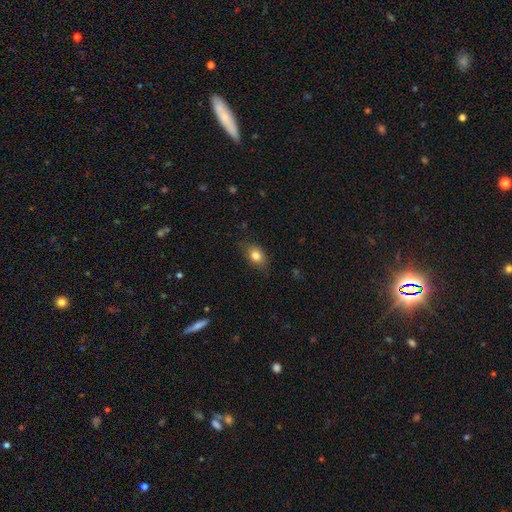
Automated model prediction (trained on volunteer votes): Smooth or featured: smooth — 79% (featured or disk — 11%)
How rounded: in between — 71% (round — 26%)
Merging: none — 75% (minor disturbance — 19%)